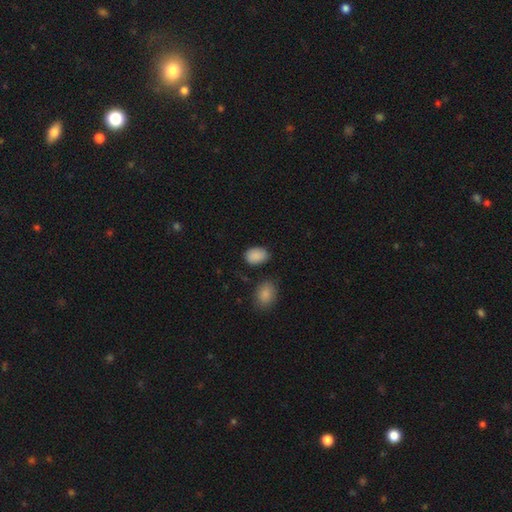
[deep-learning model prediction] Overall: smooth (89%). How rounded: in between (83%). Merging: none (79%).